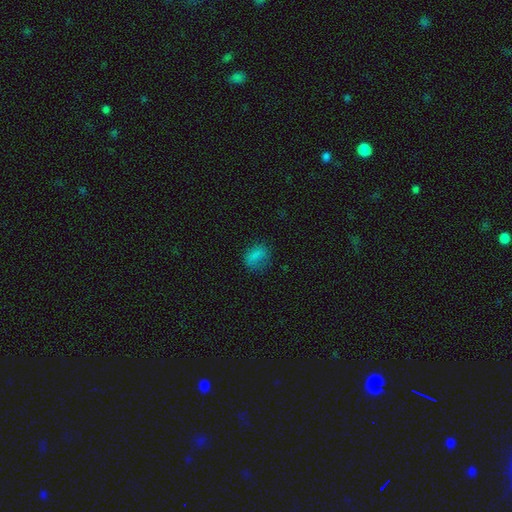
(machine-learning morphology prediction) This appears to be a smooth galaxy with no disk features (77%) that is in between round and cigar-shaped (63%). Merging: none (69%).